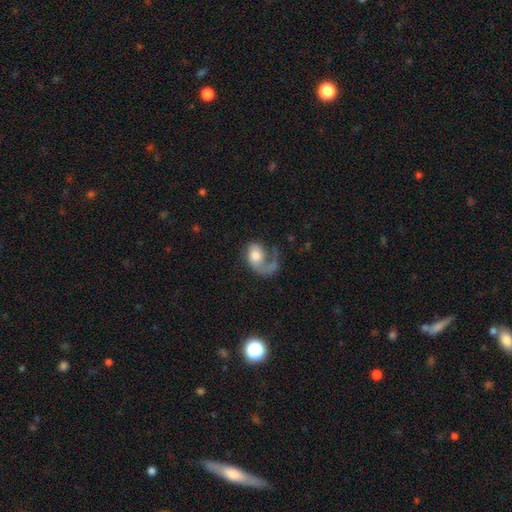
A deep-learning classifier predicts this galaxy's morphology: smooth_or_featured: featured or disk (p=0.60) [alt: smooth p=0.34]
disk_edge_on: no (p=0.97) [alt: yes p=0.03]
bar: no (p=0.77) [alt: weak p=0.19]
has_spiral_arms: yes (p=0.83) [alt: no p=0.17]
bulge_size: moderate (p=0.51) [alt: large p=0.27]
merging: major disturbance (p=0.50) [alt: none p=0.29]